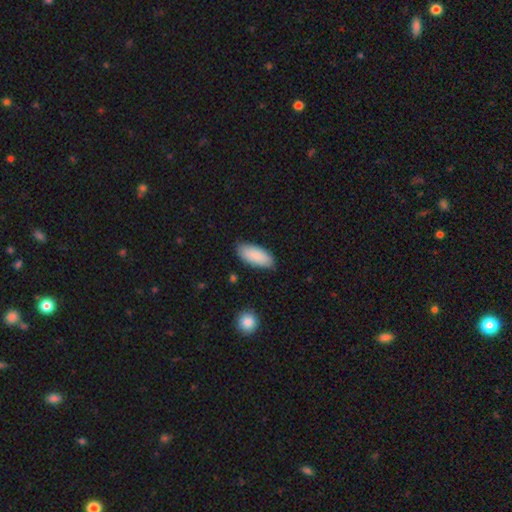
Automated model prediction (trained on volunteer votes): Smooth or featured? Predicted: smooth (p=0.89). How rounded? Predicted: in between (p=0.86). Merging? Predicted: none (p=0.83).